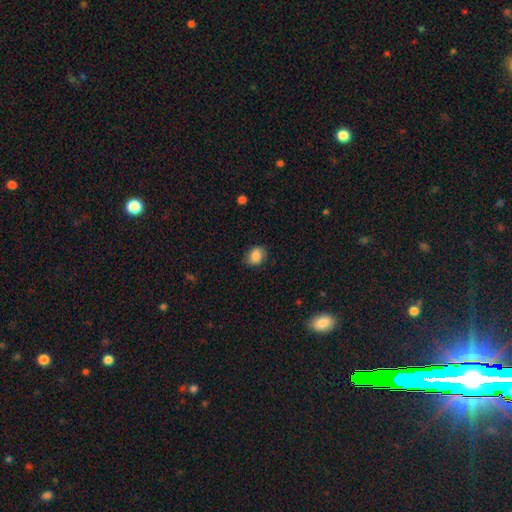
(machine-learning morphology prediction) This is clearly a smooth galaxy (87%). How rounded: possibly in between (58%). Merging: clearly none (82%).